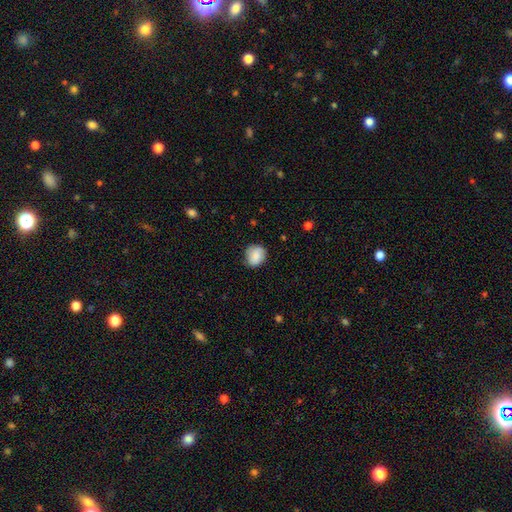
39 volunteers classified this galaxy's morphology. smooth 79%, featured or disk 13%, star or artifact 8%. Down the decision tree: how rounded — round (71%); merging — none (78%).